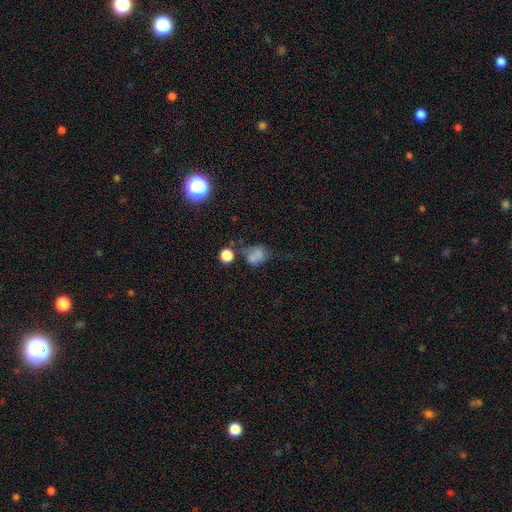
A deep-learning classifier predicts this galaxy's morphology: Smooth or featured? smooth (69%)
How rounded? round (50%)
Merging? none (34%)